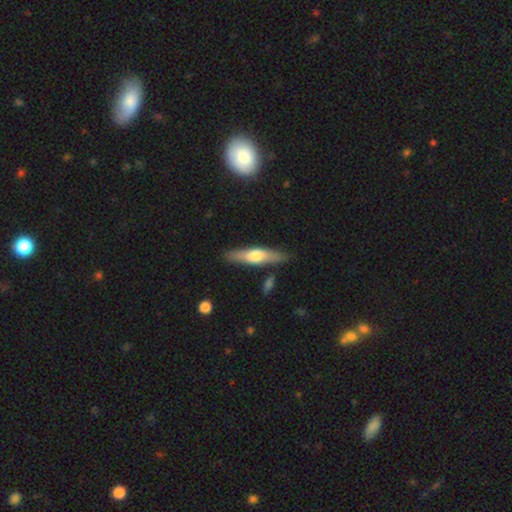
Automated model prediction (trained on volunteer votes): smooth_or_featured: featured or disk (p=0.50) [alt: smooth p=0.45]
disk_edge_on: yes (p=0.91) [alt: no p=0.09]
merging: none (p=0.85) [alt: minor disturbance p=0.10]